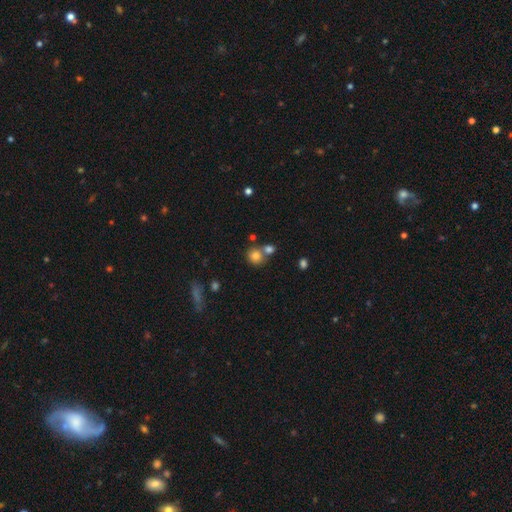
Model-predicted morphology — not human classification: Smooth or featured: smooth — 80% (star or artifact — 12%)
How rounded: round — 86% (in between — 13%)
Merging: none — 60% (merger — 29%)